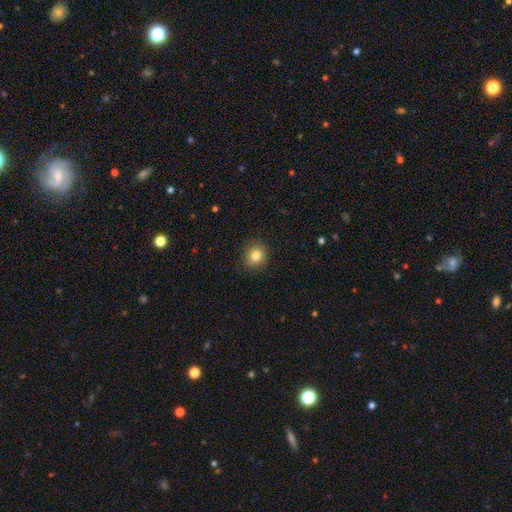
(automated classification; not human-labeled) Morphology: type=smooth (82%); roundness=round (79%); merging=none (87%).